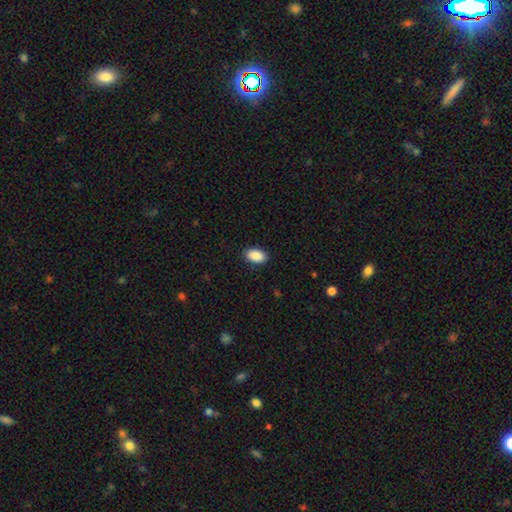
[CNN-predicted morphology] smooth-or-featured: smooth: 90% | star or artifact: 7% | featured or disk: 3%
  how-rounded: in between: 92% | round: 6% | cigar-shaped: 1%
  merging: none: 89% | minor disturbance: 8% | major disturbance: 2% | merger: 1%